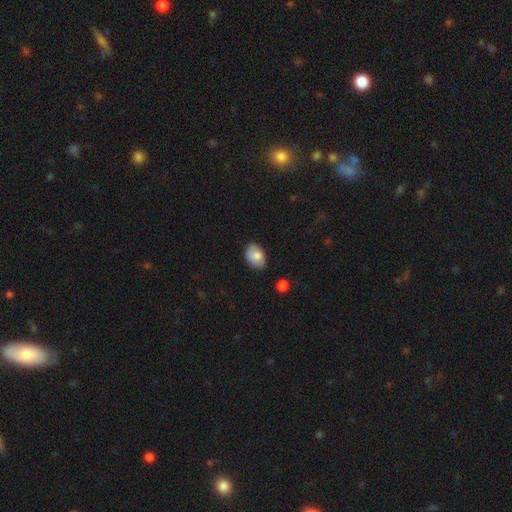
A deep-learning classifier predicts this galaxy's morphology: Smooth or featured?
  - smooth: 80% *
  - featured or disk: 13%
  - star or artifact: 7%
How rounded?
  - in between: 85% *
  - round: 14%
  - cigar-shaped: 1%
Merging?
  - none: 80% *
  - minor disturbance: 15%
  - major disturbance: 3%
  - merger: 2%